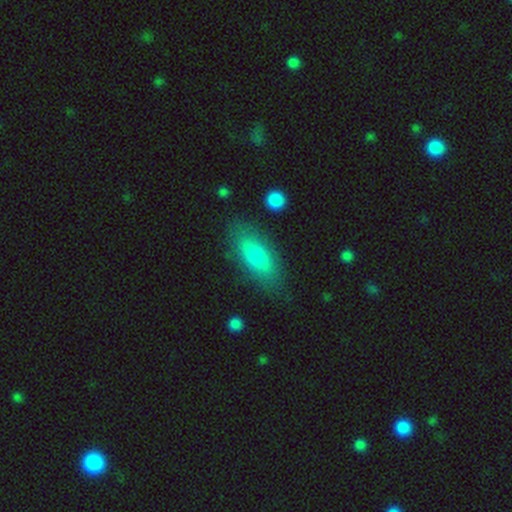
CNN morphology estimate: Smooth or featured: smooth — 72% (featured or disk — 21%)
How rounded: in between — 75% (cigar-shaped — 22%)
Merging: none — 79% (minor disturbance — 15%)